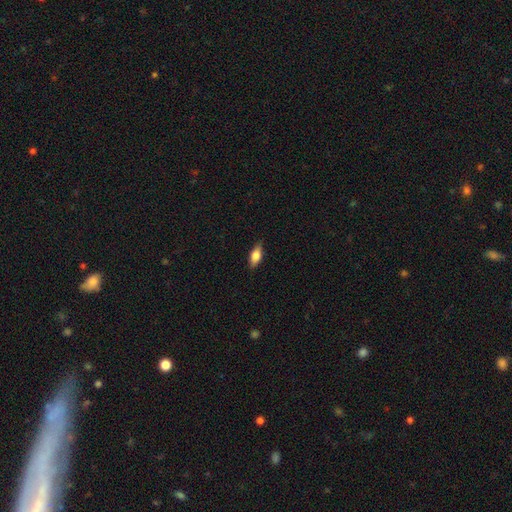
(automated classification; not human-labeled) smooth_or_featured: smooth (p=0.71) [alt: featured or disk p=0.22]
how_rounded: in between (p=0.78) [alt: cigar-shaped p=0.18]
merging: none (p=0.83) [alt: minor disturbance p=0.14]